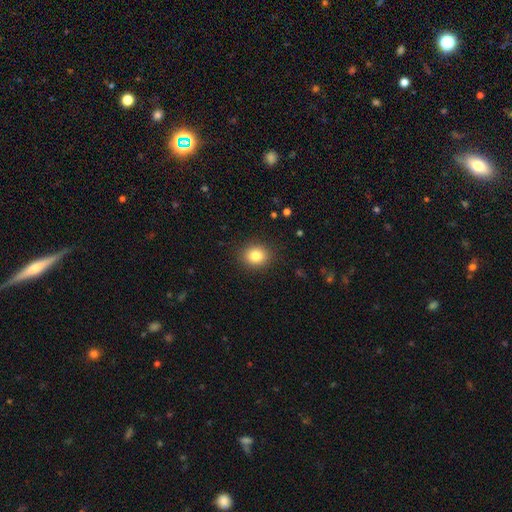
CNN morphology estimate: smooth 84%, star or artifact 10%, featured or disk 6%. Down the decision tree: how rounded — round (69%); merging — none (89%).